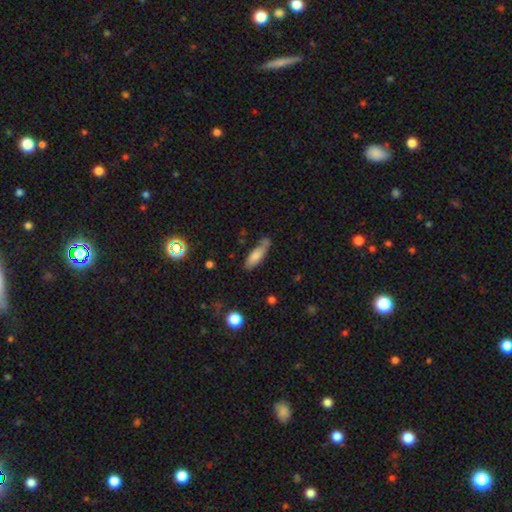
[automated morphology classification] Smooth or featured: smooth — 72% (featured or disk — 21%)
How rounded: in between — 57% (cigar-shaped — 41%)
Merging: none — 59% (minor disturbance — 28%)